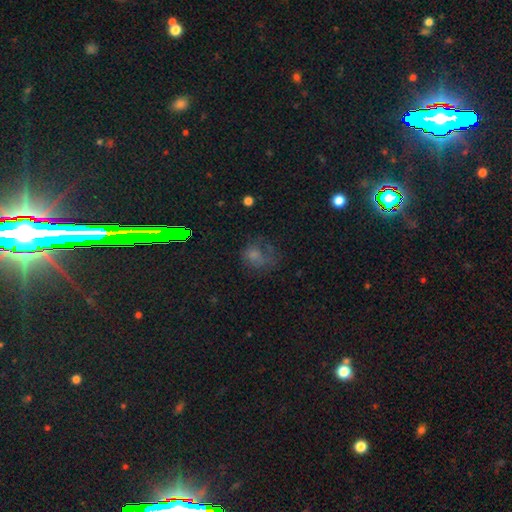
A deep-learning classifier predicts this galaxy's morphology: A smooth galaxy with no disk features (53%) that is round (64%).

Vote fractions:
- Smooth or featured? smooth: 53% / star or artifact: 24% / featured or disk: 23%
- How rounded? round: 64% / in between: 35% / cigar-shaped: 1%
- Merging? none: 41% / major disturbance: 33% / minor disturbance: 23% / merger: 3%